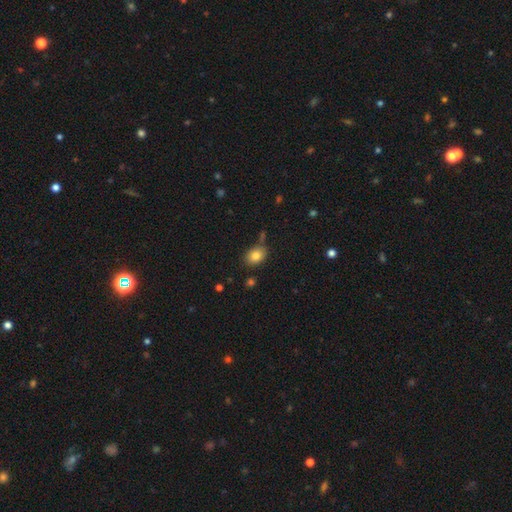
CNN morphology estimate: A smooth galaxy with no disk features (83%) that is in between round and cigar-shaped (70%).

Vote fractions:
- Smooth or featured? smooth: 83% / star or artifact: 10% / featured or disk: 8%
- How rounded? in between: 70% / round: 28% / cigar-shaped: 1%
- Merging? none: 75% / minor disturbance: 15% / merger: 6% / major disturbance: 4%